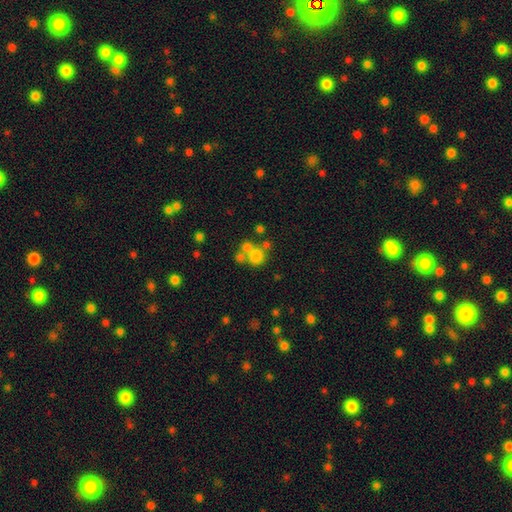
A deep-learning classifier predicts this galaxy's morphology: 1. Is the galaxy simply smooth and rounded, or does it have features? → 68% smooth, 16% featured or disk, 16% star or artifact.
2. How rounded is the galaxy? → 85% round, 14% in between, 1% cigar-shaped.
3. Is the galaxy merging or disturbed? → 44% none, 41% merger, 8% minor disturbance, 6% major disturbance.